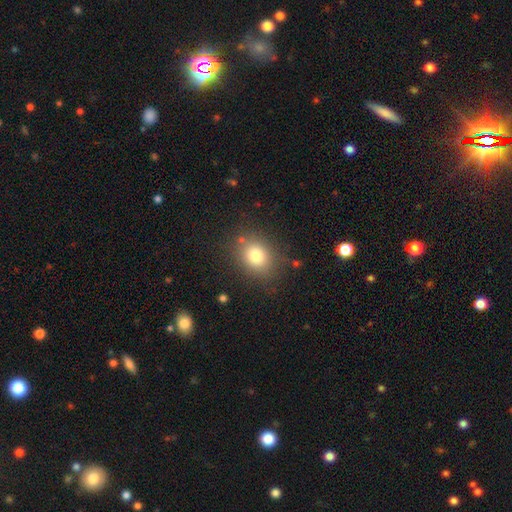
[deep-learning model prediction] A smooth galaxy with no disk features (79%) that is round (54%). Merging: none (80%).